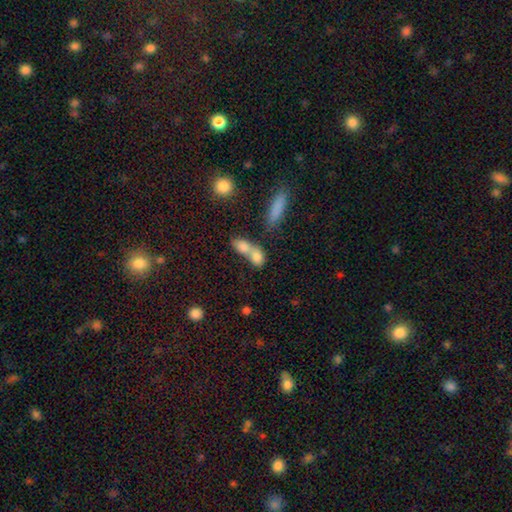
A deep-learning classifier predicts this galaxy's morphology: smooth 77%, featured or disk 13%, star or artifact 10%. Down the decision tree: how rounded — in between (67%); merging — merger (67%).